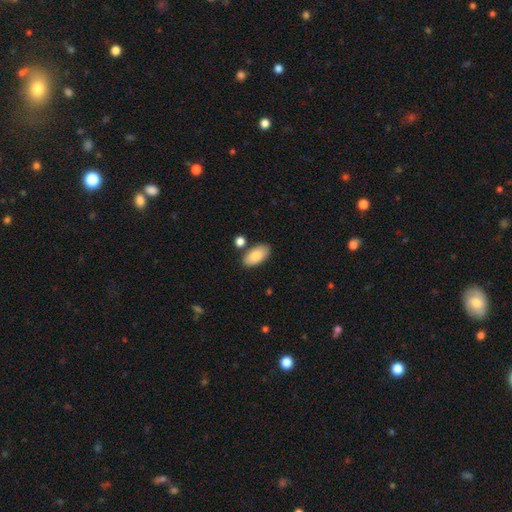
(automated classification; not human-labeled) Smooth or featured? Predicted: smooth (p=0.85). How rounded? Predicted: in between (p=0.95). Merging? Predicted: none (p=0.79).